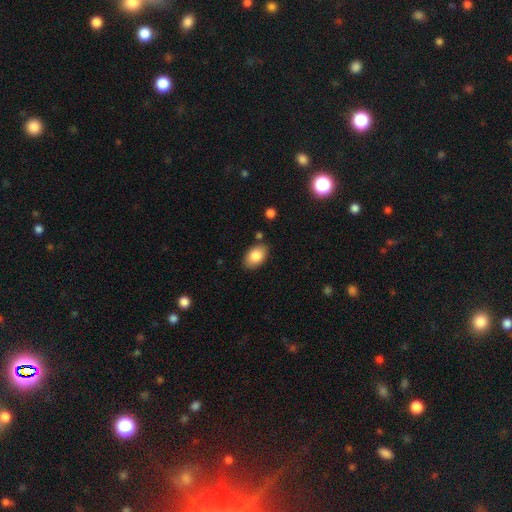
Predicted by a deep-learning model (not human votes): Smooth or featured? smooth (85%)
How rounded? in between (90%)
Merging? none (82%)